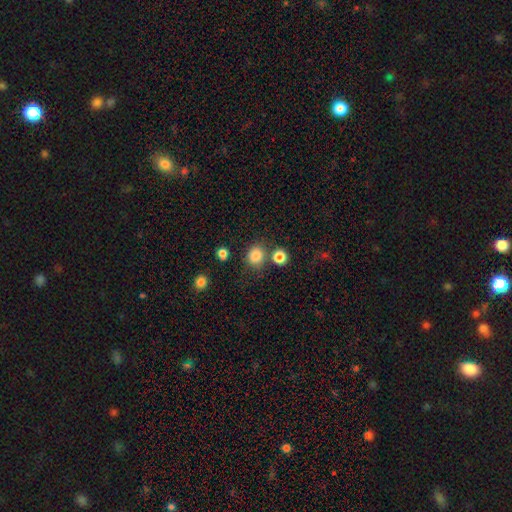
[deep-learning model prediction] Smooth or featured? smooth (83%)
How rounded? round (81%)
Merging? none (73%)